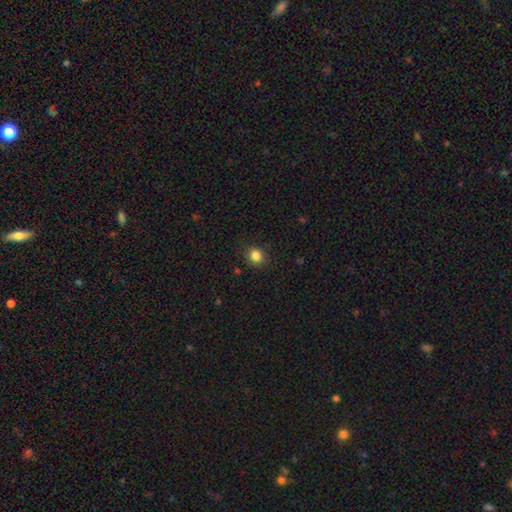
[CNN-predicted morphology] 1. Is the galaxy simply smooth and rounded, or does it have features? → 84% smooth, 12% star or artifact, 4% featured or disk.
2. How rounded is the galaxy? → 80% round, 19% in between, 1% cigar-shaped.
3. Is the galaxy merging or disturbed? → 87% none, 9% minor disturbance, 3% major disturbance, 1% merger.